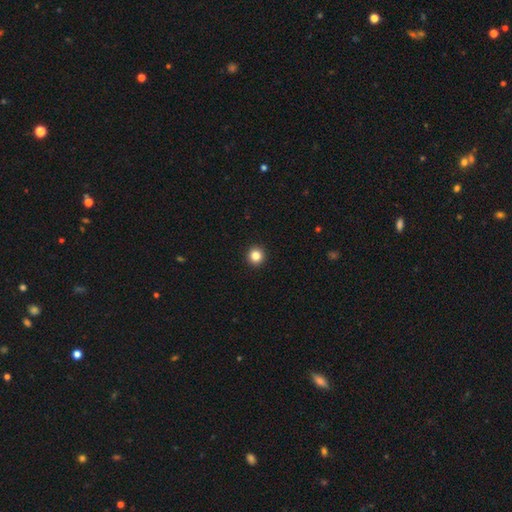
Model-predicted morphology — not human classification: smooth 84%, star or artifact 11%, featured or disk 4%. Down the decision tree: how rounded — round (95%); merging — none (94%).